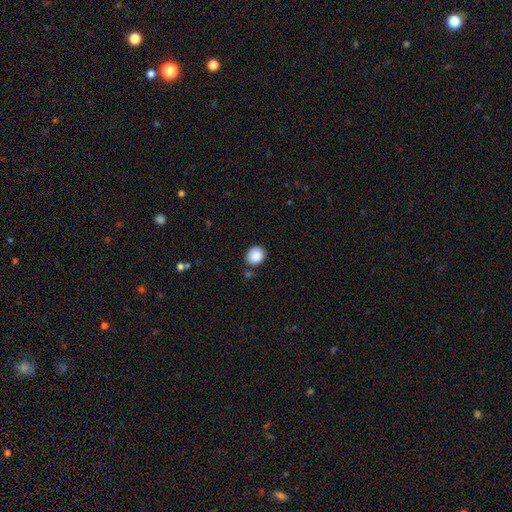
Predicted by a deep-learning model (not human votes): Morphology: type=smooth (89%); roundness=round (73%); merging=none (82%).